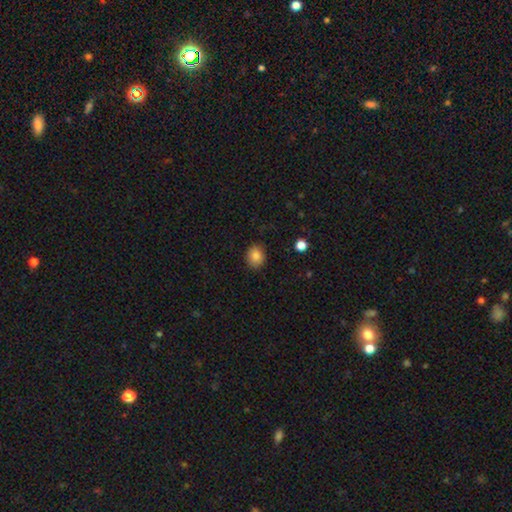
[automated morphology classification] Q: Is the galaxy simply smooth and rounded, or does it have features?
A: smooth — 84%.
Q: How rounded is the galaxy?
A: round — 61%.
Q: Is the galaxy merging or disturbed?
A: none — 86%.